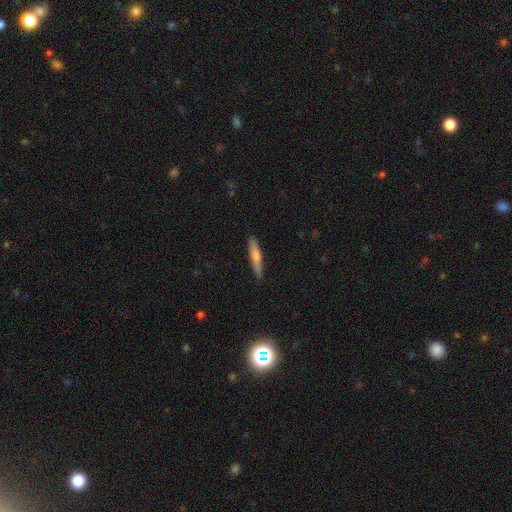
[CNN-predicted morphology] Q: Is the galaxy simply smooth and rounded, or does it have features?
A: smooth — 48%.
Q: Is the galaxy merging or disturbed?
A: none — 89%.